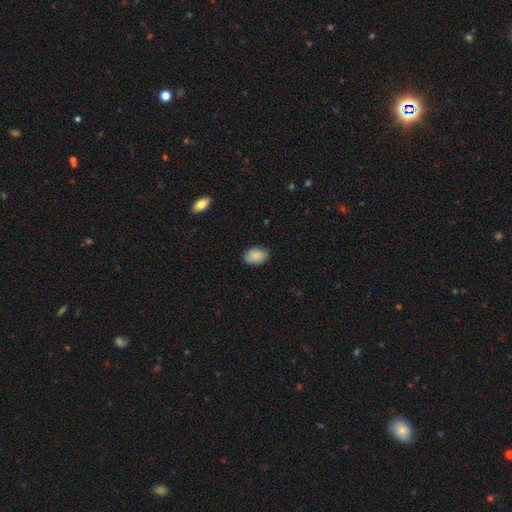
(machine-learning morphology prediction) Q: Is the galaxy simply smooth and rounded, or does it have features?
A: smooth — 88%.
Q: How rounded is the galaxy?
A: in between — 87%.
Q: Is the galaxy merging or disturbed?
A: none — 82%.